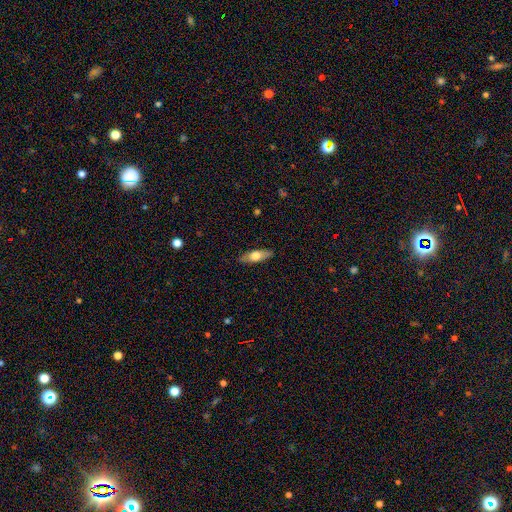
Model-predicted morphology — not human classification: Smooth or featured? smooth (61%)
How rounded? in between (61%)
Merging? none (86%)